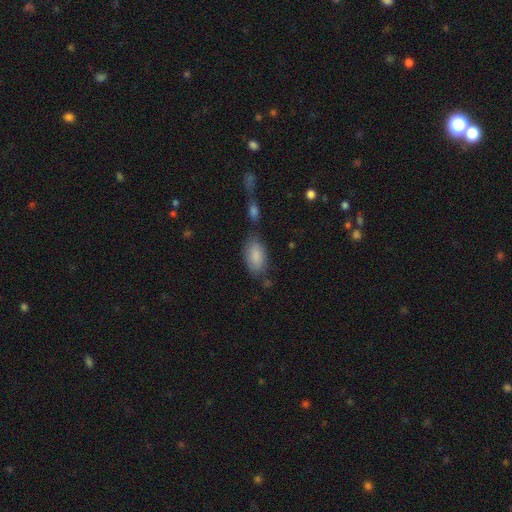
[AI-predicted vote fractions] smooth 86%, featured or disk 7%, star or artifact 6%. Down the decision tree: how rounded — in between (93%); merging — none (60%).